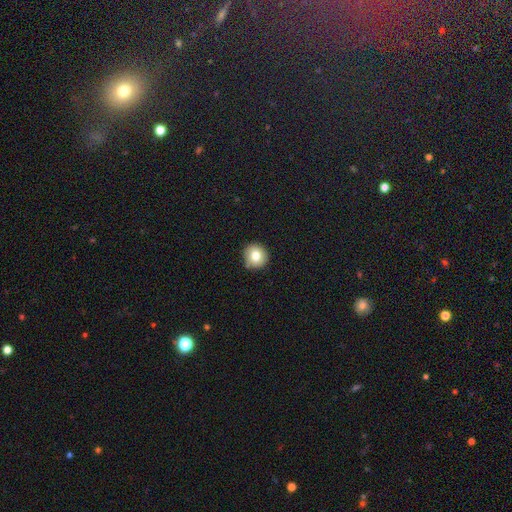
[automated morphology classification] A smooth galaxy with no disk features (78%) that is round (94%).

Vote fractions:
- Smooth or featured? smooth: 78% / featured or disk: 12% / star or artifact: 10%
- How rounded? round: 94% / in between: 5% / cigar-shaped: 1%
- Merging? none: 87% / minor disturbance: 9% / major disturbance: 2% / merger: 2%